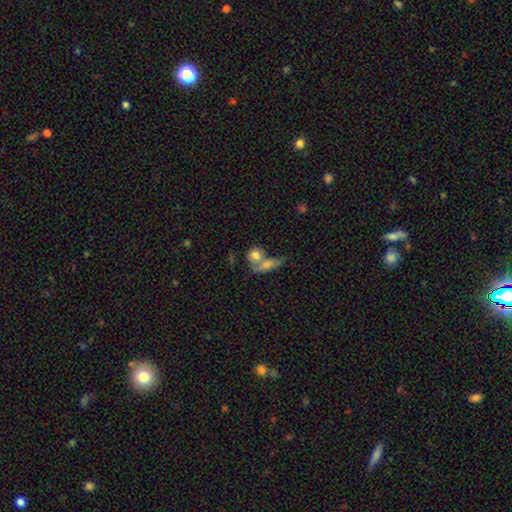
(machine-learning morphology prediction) This appears to be a smooth galaxy with no disk features (76%) that is round (66%). Merging: merger (48%).